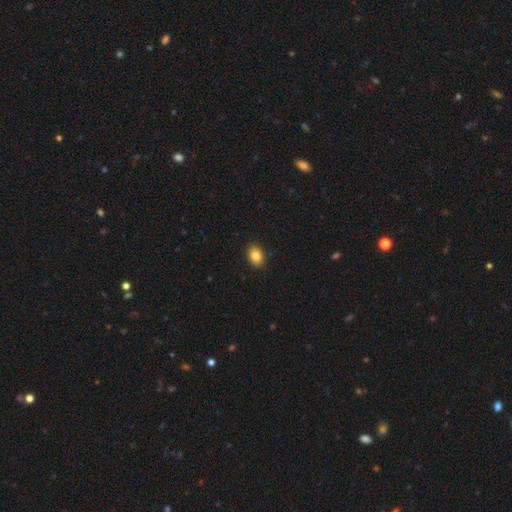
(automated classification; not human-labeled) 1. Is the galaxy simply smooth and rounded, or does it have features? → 85% smooth, 9% star or artifact, 7% featured or disk.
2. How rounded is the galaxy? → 72% in between, 27% round, 1% cigar-shaped.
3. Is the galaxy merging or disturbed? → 90% none, 7% minor disturbance, 2% major disturbance, 1% merger.